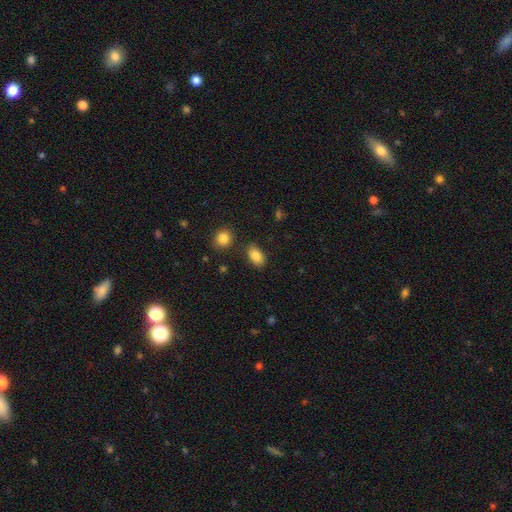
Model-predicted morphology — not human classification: smooth_or_featured: smooth (p=0.86) [alt: star or artifact p=0.08]
how_rounded: in between (p=0.88) [alt: round p=0.10]
merging: none (p=0.80) [alt: minor disturbance p=0.13]